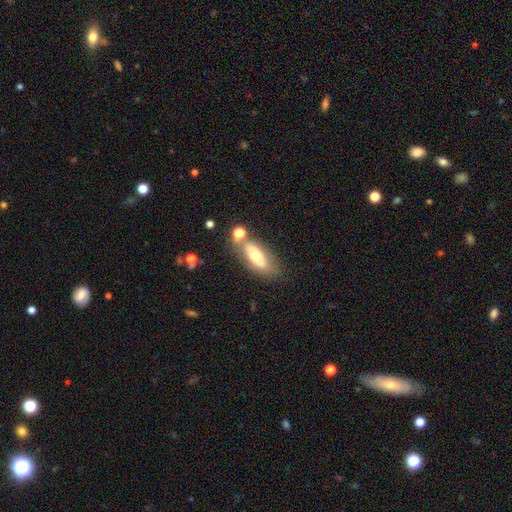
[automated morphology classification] type=smooth (55%); roundness=in between (74%); merging=none (64%).